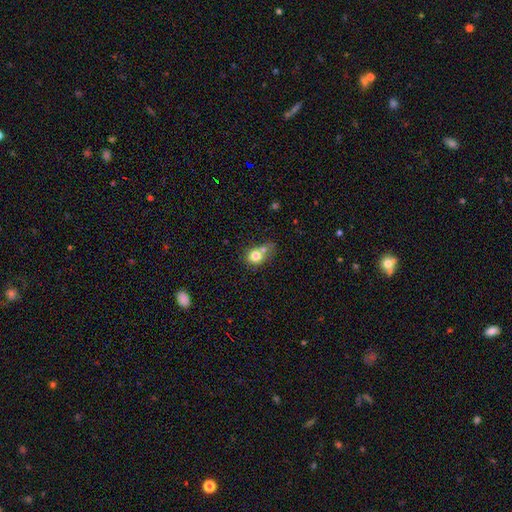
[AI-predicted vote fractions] Morphology: type=smooth (77%); roundness=round (69%); merging=merger (45%).